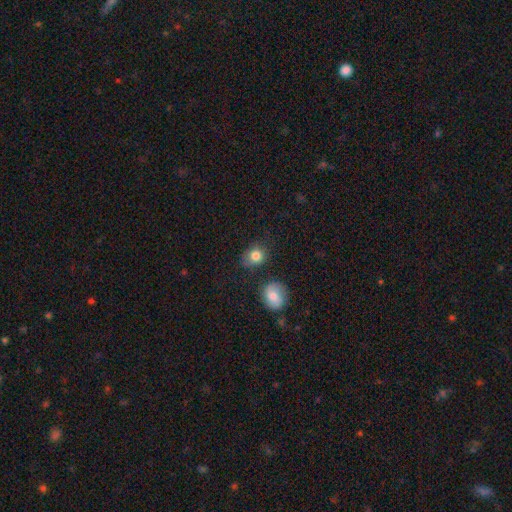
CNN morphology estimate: Smooth or featured: smooth — 83% (star or artifact — 10%)
How rounded: round — 59% (in between — 39%)
Merging: none — 71% (minor disturbance — 19%)